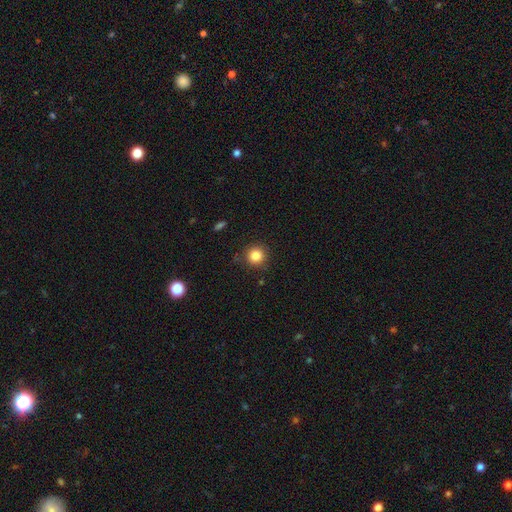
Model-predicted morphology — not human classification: Overall: smooth (84%). How rounded: round (94%). Merging: none (88%).